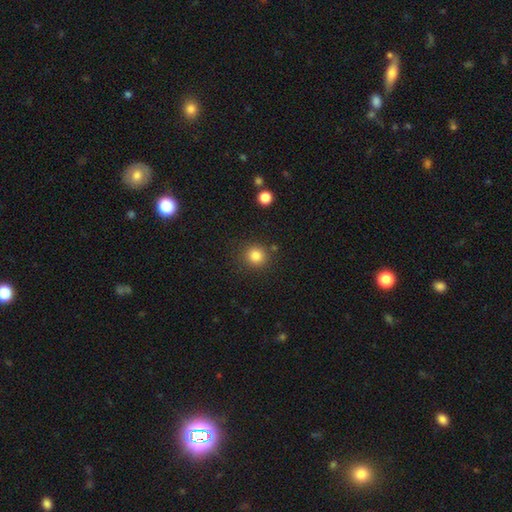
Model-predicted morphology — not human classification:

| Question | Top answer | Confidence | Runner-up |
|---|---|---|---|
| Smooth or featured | smooth | 84% | star or artifact (12%) |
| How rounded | round | 91% | in between (8%) |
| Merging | none | 86% | minor disturbance (8%) |